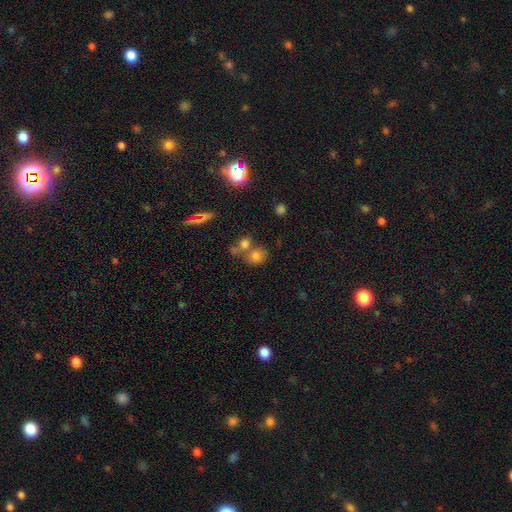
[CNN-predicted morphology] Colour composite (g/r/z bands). It shows a smooth galaxy with no disk features (74%) that is round (69%). Merging: none (48%).